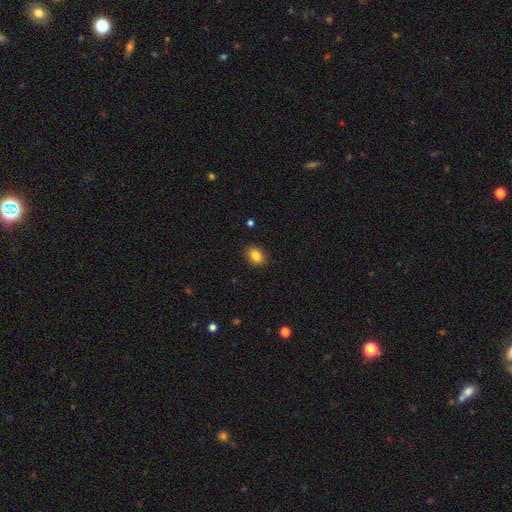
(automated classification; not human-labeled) Smooth or featured? Predicted: smooth (p=0.85). How rounded? Predicted: in between (p=0.67). Merging? Predicted: none (p=0.89).